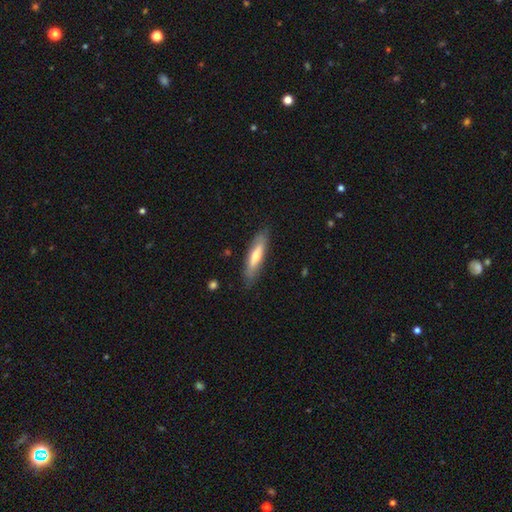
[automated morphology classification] smooth_or_featured: smooth (p=0.54) [alt: featured or disk p=0.40]
how_rounded: cigar-shaped (p=0.76) [alt: in between p=0.22]
merging: none (p=0.84) [alt: minor disturbance p=0.12]